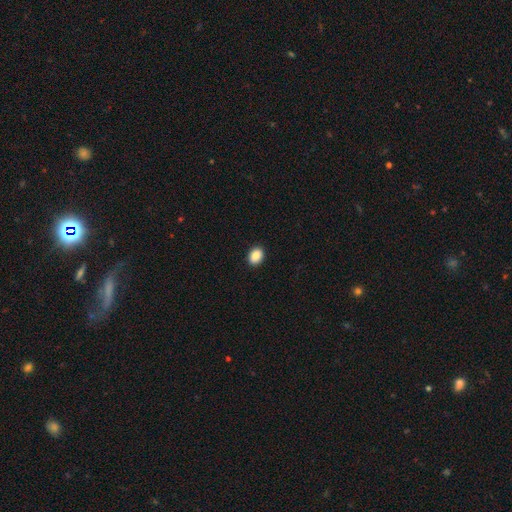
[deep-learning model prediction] The model was most divided on "how rounded": in between: 67%, round: 32%, cigar-shaped: 1%. More confident: merging — none (91%); smooth or featured — smooth (89%).